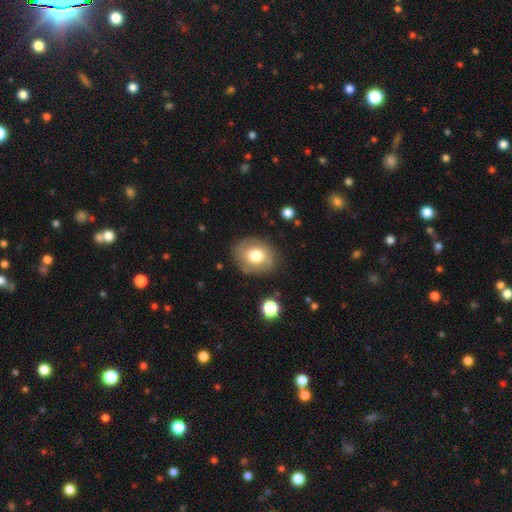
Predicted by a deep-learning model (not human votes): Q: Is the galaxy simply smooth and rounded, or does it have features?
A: smooth — 72%.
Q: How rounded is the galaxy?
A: round — 53%.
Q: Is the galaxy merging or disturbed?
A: none — 81%.